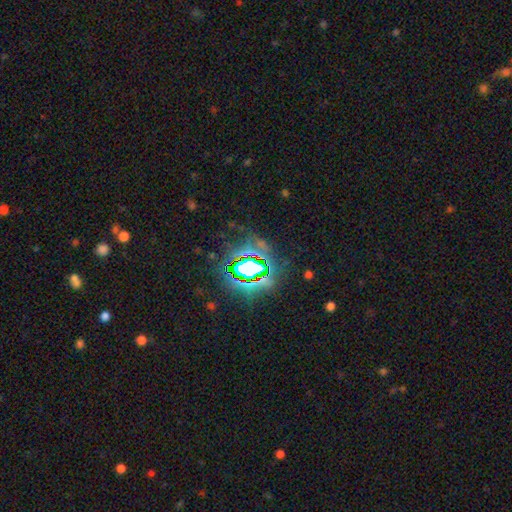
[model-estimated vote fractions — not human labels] Smooth or featured? star or artifact (84%)